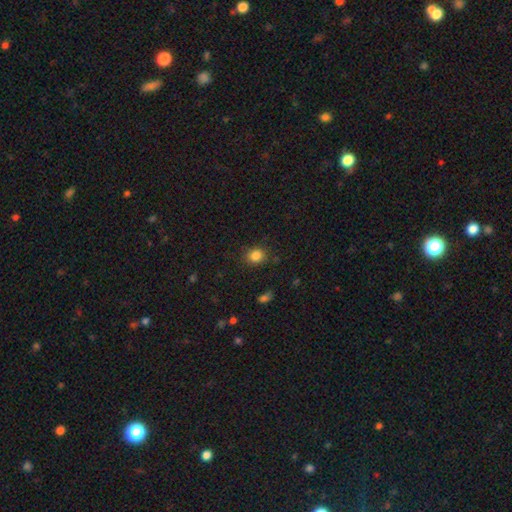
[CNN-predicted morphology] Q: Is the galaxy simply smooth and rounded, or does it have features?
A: smooth — 84%.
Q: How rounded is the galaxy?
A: round — 68%.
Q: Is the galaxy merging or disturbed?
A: none — 84%.